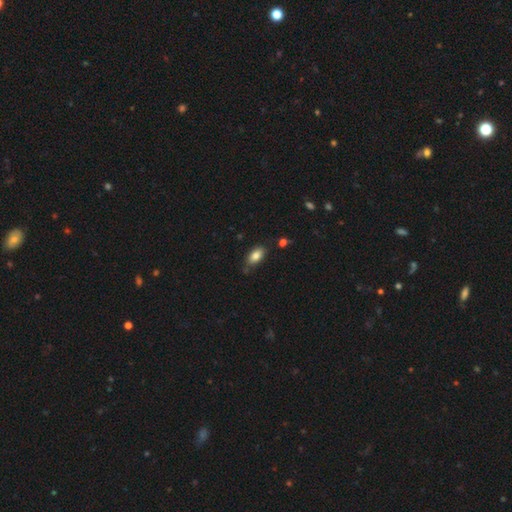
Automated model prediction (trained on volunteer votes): Smooth or featured?
  - smooth: 84% *
  - featured or disk: 8%
  - star or artifact: 8%
How rounded?
  - in between: 91% *
  - cigar-shaped: 5%
  - round: 4%
Merging?
  - none: 74% *
  - minor disturbance: 19%
  - major disturbance: 4%
  - merger: 4%